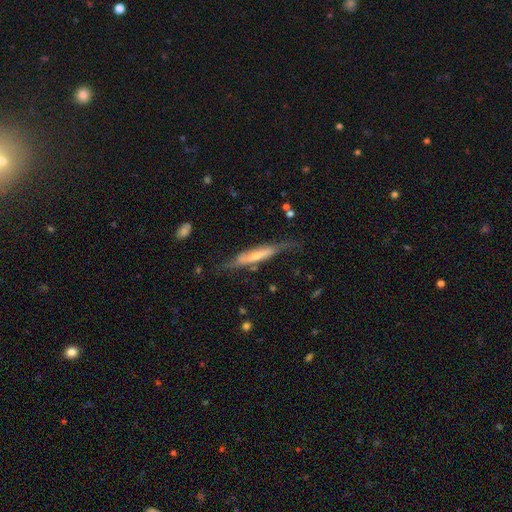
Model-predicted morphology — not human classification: Overall: featured or disk (64%; smooth 30%). Edge-on disk: yes (75%). Merging: none (61%; minor disturbance 25%).